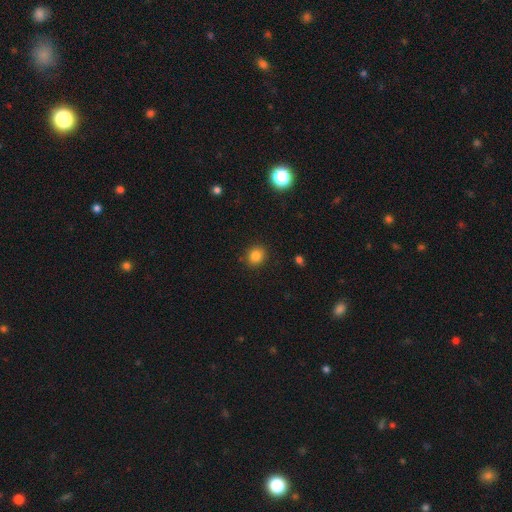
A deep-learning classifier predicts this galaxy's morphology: type=smooth (83%); roundness=round (77%); merging=none (88%).